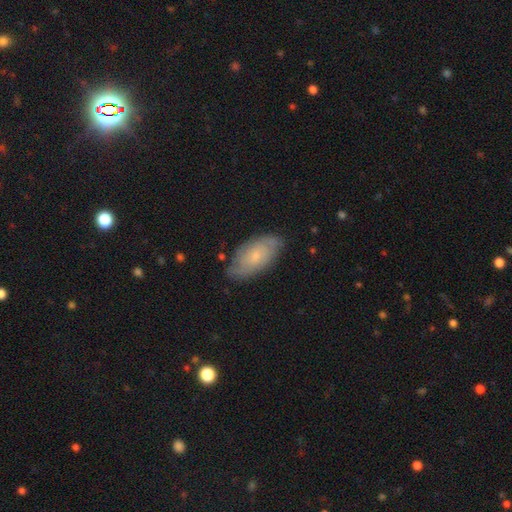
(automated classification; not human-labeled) smooth_or_featured: featured or disk (p=0.57) [alt: smooth p=0.36]
disk_edge_on: no (p=0.92) [alt: yes p=0.08]
bar: no (p=0.75) [alt: weak p=0.22]
has_spiral_arms: yes (p=0.84) [alt: no p=0.16]
bulge_size: small (p=0.68) [alt: moderate p=0.25]
merging: none (p=0.75) [alt: minor disturbance p=0.19]